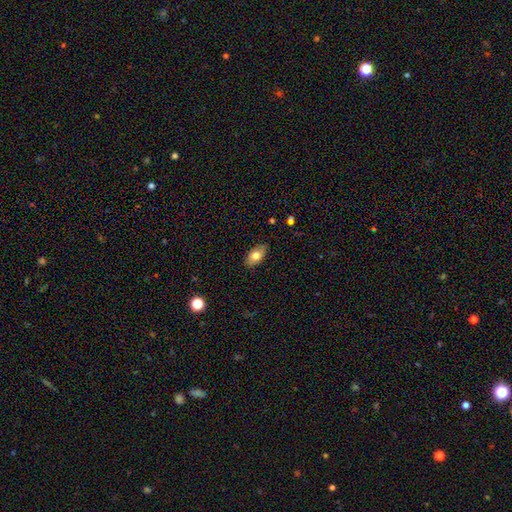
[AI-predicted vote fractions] This is likely a smooth galaxy (76%). How rounded: clearly in between (91%). Merging: clearly none (86%).